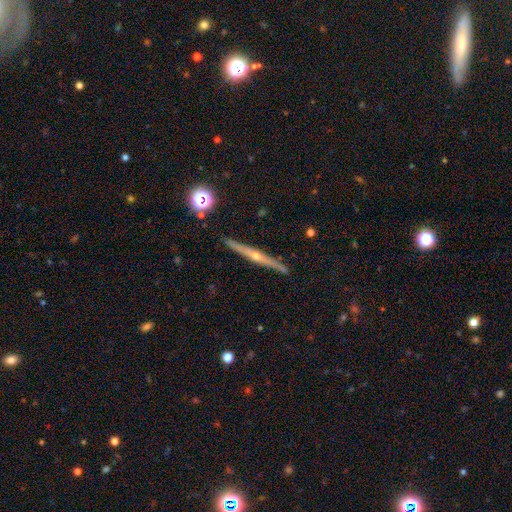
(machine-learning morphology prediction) This is likely a featured or disk galaxy (78%). It is clearly viewed edge-on (98%). Edge-on bulge: clearly rounded (83%). Merging: clearly none (91%).